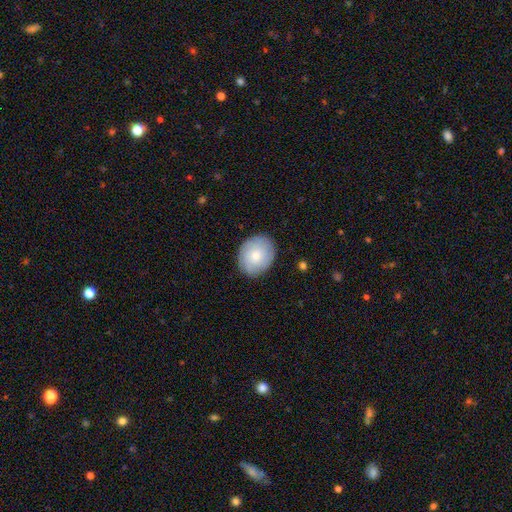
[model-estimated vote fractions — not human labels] smooth_or_featured: smooth (p=0.65) [alt: featured or disk p=0.28]
how_rounded: round (p=0.55) [alt: in between p=0.44]
merging: none (p=0.85) [alt: minor disturbance p=0.11]